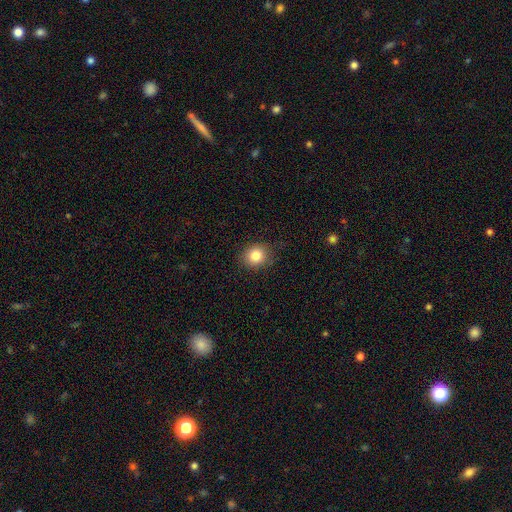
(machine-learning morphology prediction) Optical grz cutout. It shows a smooth galaxy with no disk features (82%) that is round (75%). Merging: none (85%).